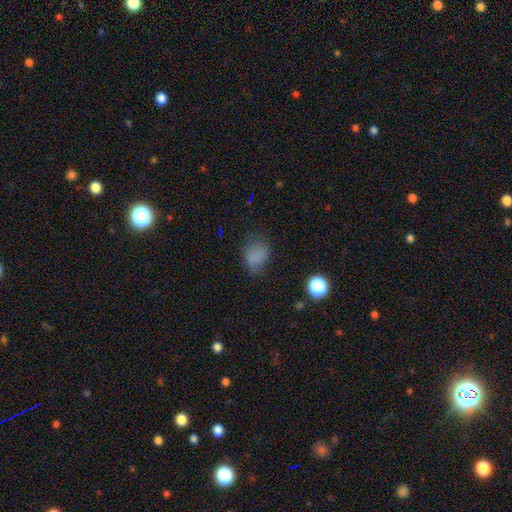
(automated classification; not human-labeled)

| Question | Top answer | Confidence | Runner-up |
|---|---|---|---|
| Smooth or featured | smooth | 76% | star or artifact (16%) |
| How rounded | in between | 50% | round (48%) |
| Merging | none | 60% | minor disturbance (26%) |